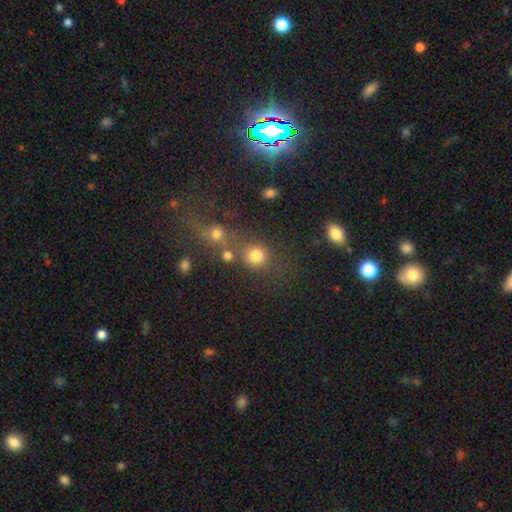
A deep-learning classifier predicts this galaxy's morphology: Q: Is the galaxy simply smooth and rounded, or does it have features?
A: smooth — 76%.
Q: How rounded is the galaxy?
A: round — 83%.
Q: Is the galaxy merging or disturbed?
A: none — 53%.